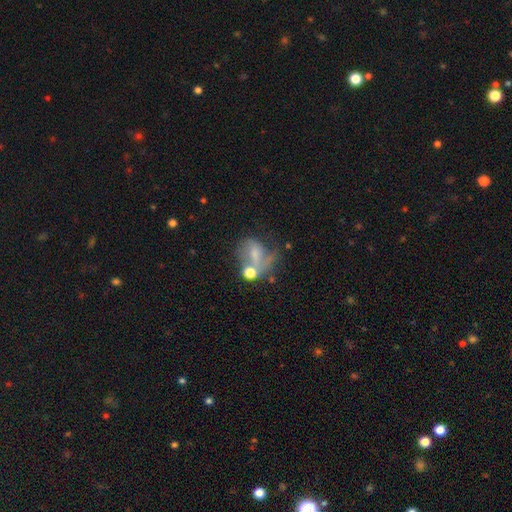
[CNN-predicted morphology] Q: Smooth or featured?
A: featured or disk (46%); runner-up: smooth (40%)
Q: Merging?
A: major disturbance (31%); runner-up: none (29%)